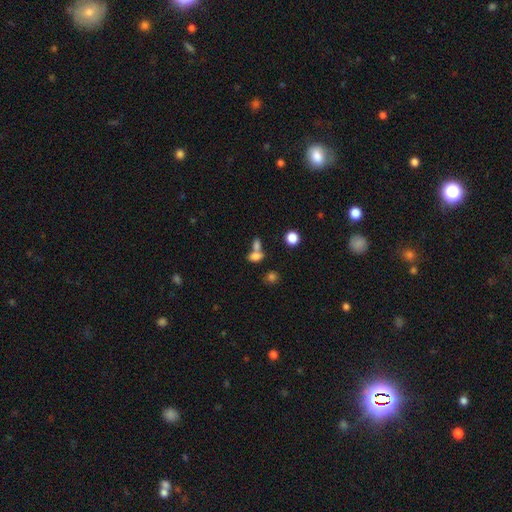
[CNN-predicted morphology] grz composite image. It shows a smooth galaxy with no disk features (57%) that is round (50%). Merging: none (52%).